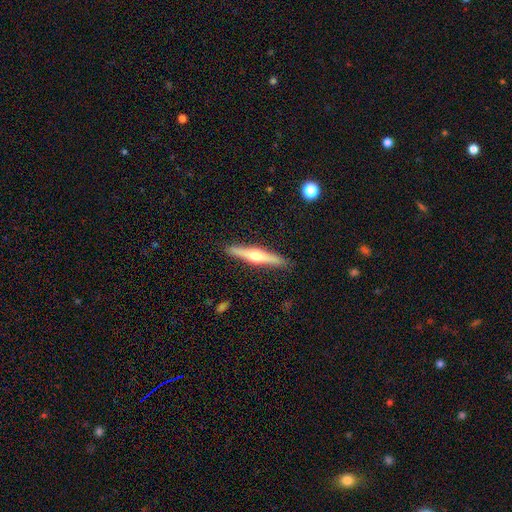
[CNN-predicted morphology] smooth-or-featured: featured or disk: 66% | smooth: 28% | star or artifact: 6%
  disk-edge-on: yes: 97% | no: 3%
    edge-on-bulge: rounded: 91% | boxy: 6% | none: 4%
  merging: none: 90% | minor disturbance: 7% | major disturbance: 2% | merger: 1%